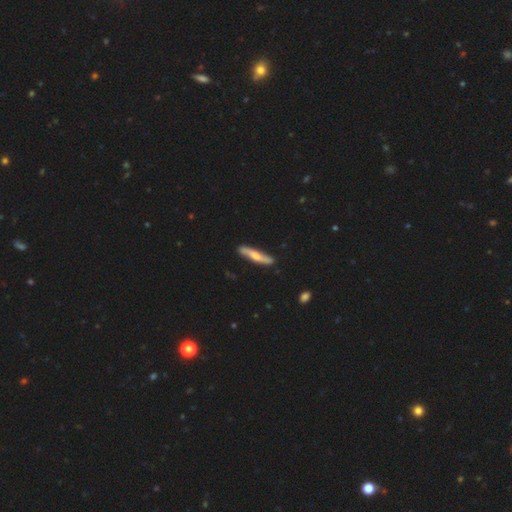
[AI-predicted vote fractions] This is possibly a featured or disk galaxy (49%). Merging: clearly none (84%).